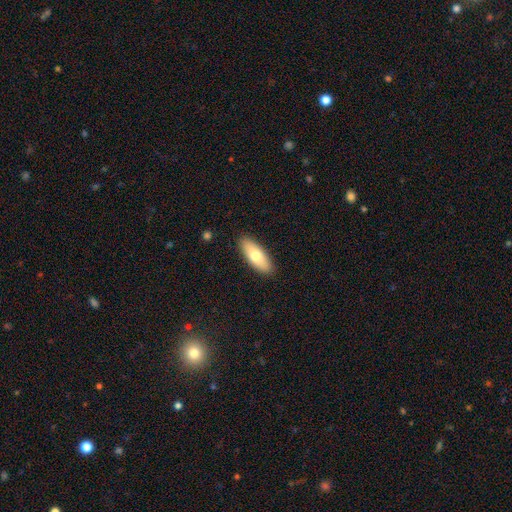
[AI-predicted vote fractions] This appears to be a smooth galaxy with no disk features (72%) that is in between round and cigar-shaped (75%). Merging: none (89%).